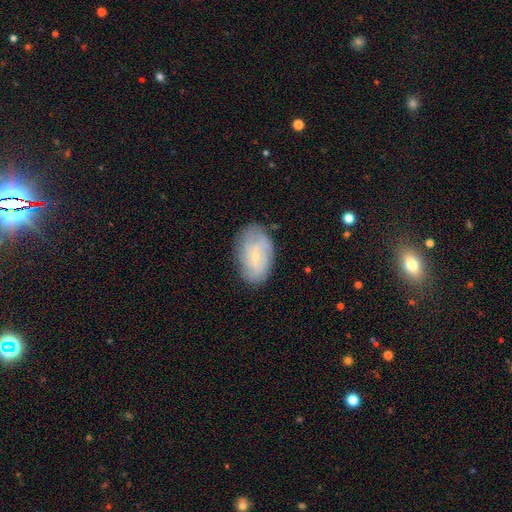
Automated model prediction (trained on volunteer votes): Smooth or featured? featured or disk (62%)
Edge-on disk? no (96%)
Bar? no (61%)
Spiral arms? yes (84%)
Bulge size? small (80%)
Merging? none (76%)